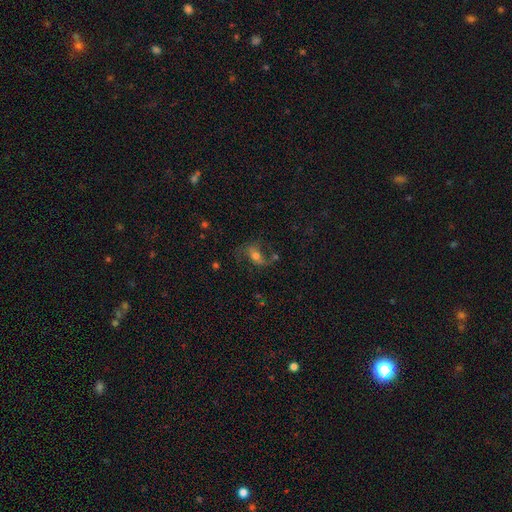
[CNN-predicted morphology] Smooth or featured: featured or disk — 62% (smooth — 25%)
Edge-on disk: no — 94% (yes — 6%)
Bar: no — 39% (weak — 37%)
Spiral arms: yes — 86% (no — 14%)
Spiral winding: loose — 63% (medium — 29%)
Spiral arm count: 2 — 84% (1 — 9%)
Bulge size: moderate — 62% (small — 23%)
Merging: none — 60% (major disturbance — 18%)